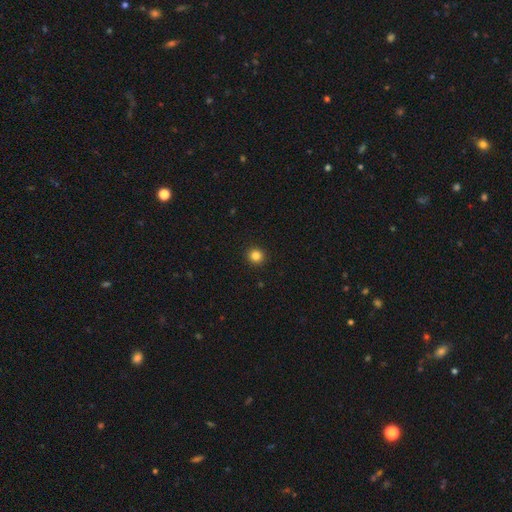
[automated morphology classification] This is clearly a smooth galaxy (84%). How rounded: clearly round (93%). Merging: clearly none (93%).